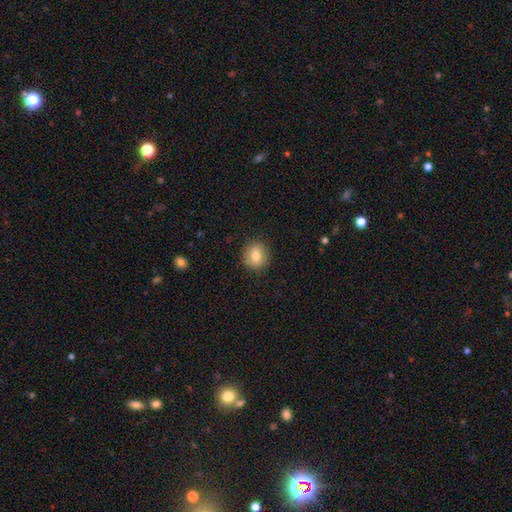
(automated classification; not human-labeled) Overall: smooth (78%). How rounded: round (86%). Merging: none (88%).